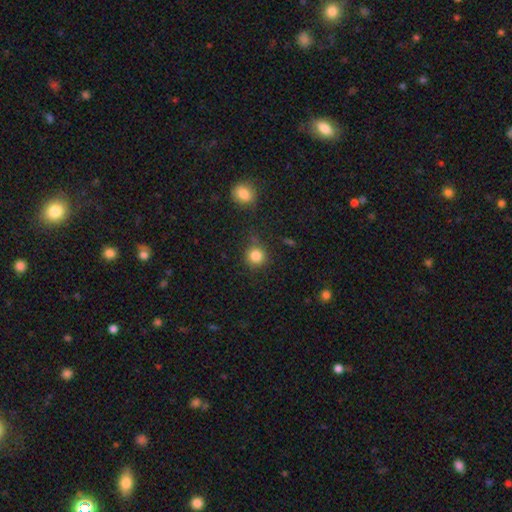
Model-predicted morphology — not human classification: Q: Smooth or featured?
A: smooth (84%); runner-up: star or artifact (11%)
Q: How rounded?
A: round (91%); runner-up: in between (8%)
Q: Merging?
A: none (80%); runner-up: minor disturbance (11%)